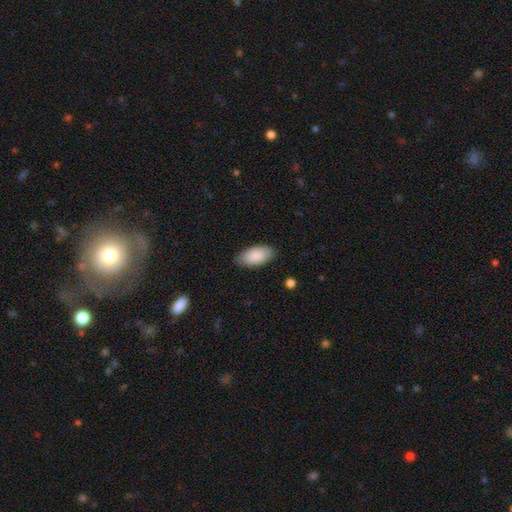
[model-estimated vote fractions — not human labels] smooth 89%, star or artifact 6%, featured or disk 5%. Down the decision tree: how rounded — in between (94%); merging — none (84%).